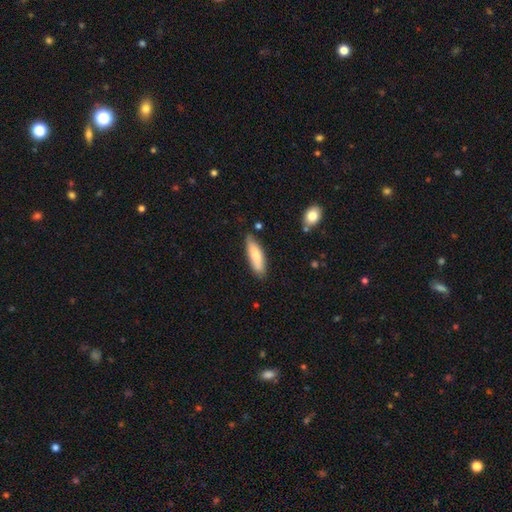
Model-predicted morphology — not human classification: A smooth galaxy with no disk features (79%) that is cigar-shaped (54%). Merging: none (78%).